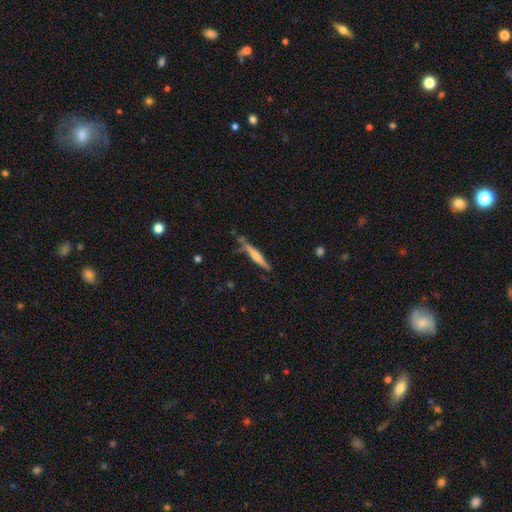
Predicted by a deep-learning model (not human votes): This appears to be a smooth galaxy with no disk features (55%) that is cigar-shaped (94%). Merging: none (73%).